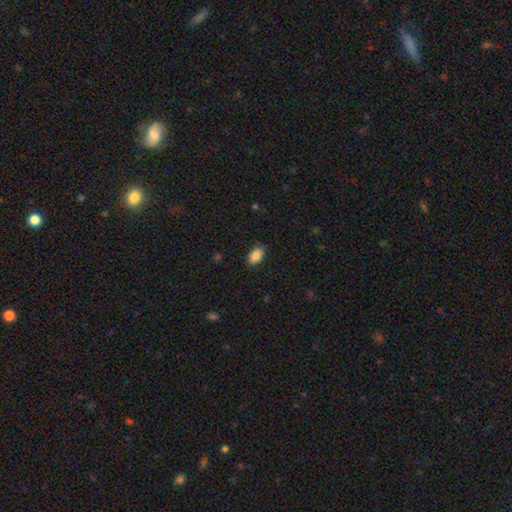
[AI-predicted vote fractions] Overall: smooth (88%). How rounded: in between (91%). Merging: none (85%).